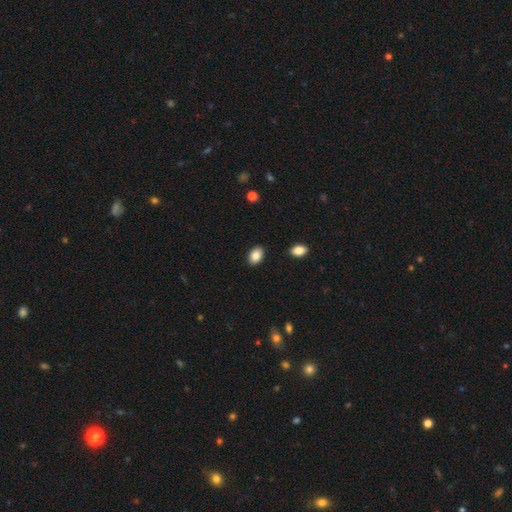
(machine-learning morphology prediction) Smooth or featured: smooth — 86% (star or artifact — 8%)
How rounded: in between — 80% (round — 19%)
Merging: none — 88% (minor disturbance — 8%)